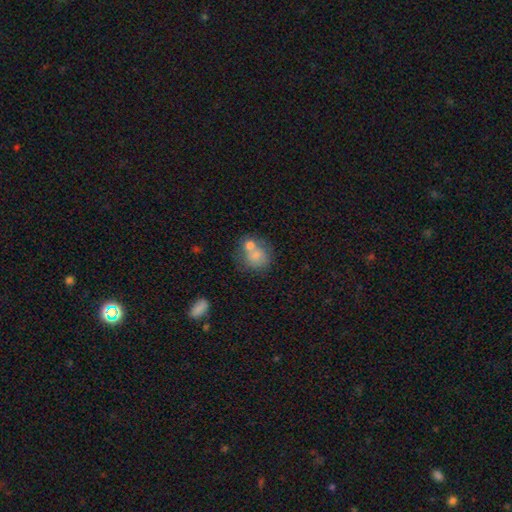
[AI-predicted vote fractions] Morphology: type=smooth (75%); roundness=round (70%); merging=merger (41%).